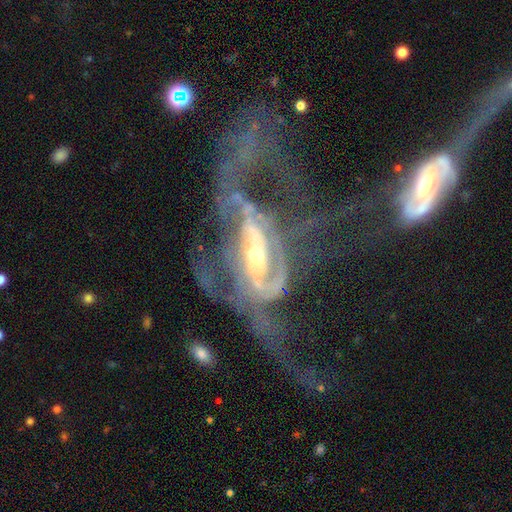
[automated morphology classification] smooth_or_featured: featured or disk (p=0.85) [alt: smooth p=0.08]
disk_edge_on: no (p=0.91) [alt: yes p=0.09]
bar: no (p=0.38) [alt: weak p=0.31]
has_spiral_arms: yes (p=0.77) [alt: no p=0.23]
spiral_winding: loose (p=0.37) [alt: medium p=0.36]
spiral_arm_count: 2 (p=0.44) [alt: can't tell p=0.33]
bulge_size: moderate (p=0.48) [alt: small p=0.44]
merging: major disturbance (p=0.52) [alt: merger p=0.26]